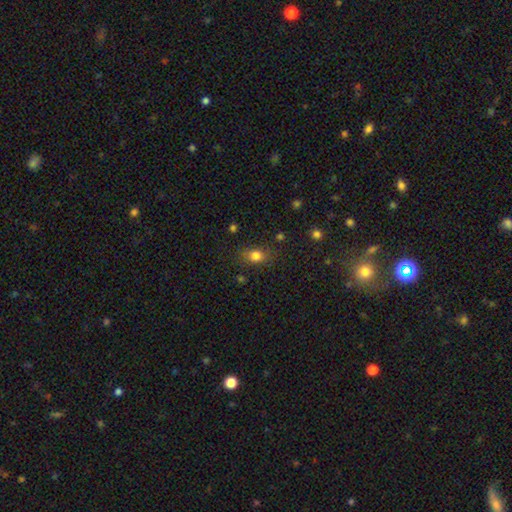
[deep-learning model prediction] The model was most divided on "how rounded": in between: 62%, round: 36%, cigar-shaped: 2%. More confident: smooth or featured — smooth (80%); merging — none (78%).